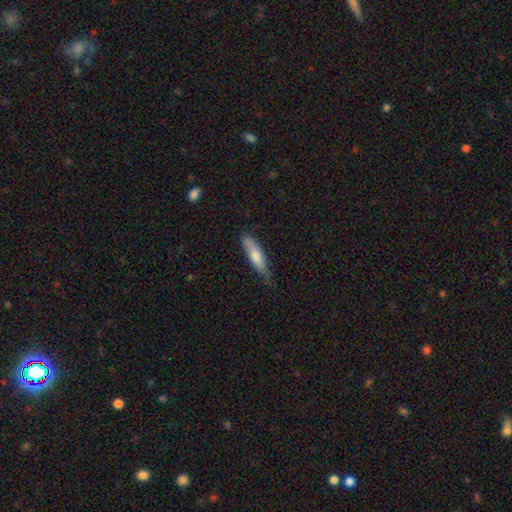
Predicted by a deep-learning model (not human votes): A smooth galaxy with no disk features (74%) that is cigar-shaped (70%). Merging: none (64%).